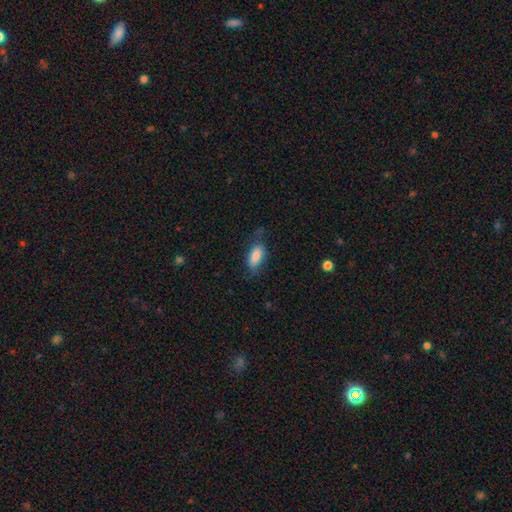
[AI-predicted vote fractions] Smooth or featured?
  - smooth: 83% *
  - featured or disk: 11%
  - star or artifact: 7%
How rounded?
  - in between: 87% *
  - cigar-shaped: 10%
  - round: 3%
Merging?
  - none: 62% *
  - minor disturbance: 26%
  - major disturbance: 10%
  - merger: 2%